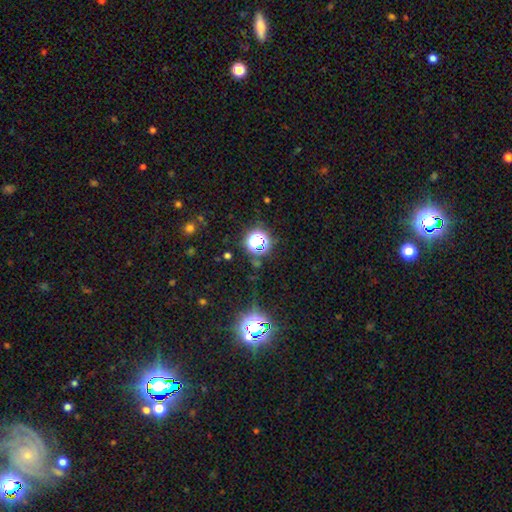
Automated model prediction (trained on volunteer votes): Q: Smooth or featured?
A: star or artifact (75%); runner-up: smooth (18%)